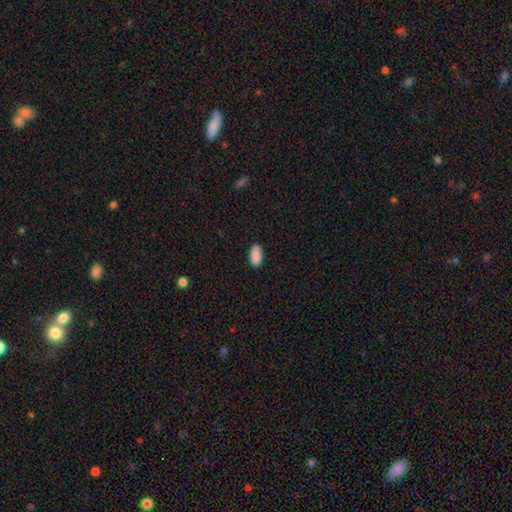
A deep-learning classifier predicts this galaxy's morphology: type=smooth (90%); roundness=in between (92%); merging=none (87%).